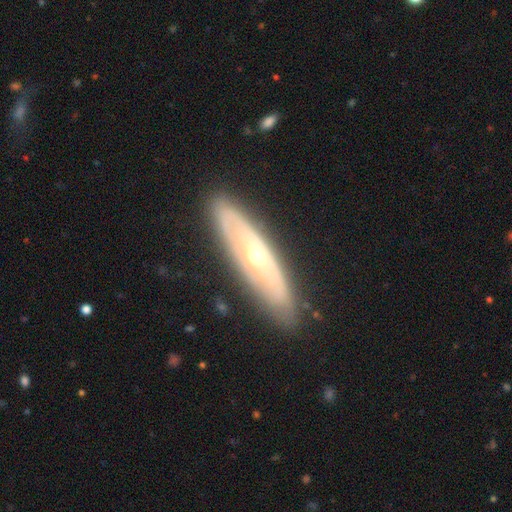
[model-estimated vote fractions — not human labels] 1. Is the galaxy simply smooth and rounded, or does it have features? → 71% featured or disk, 23% smooth, 6% star or artifact.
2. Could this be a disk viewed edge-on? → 59% no, 41% yes.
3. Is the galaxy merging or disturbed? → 85% none, 12% minor disturbance, 3% major disturbance, 1% merger.